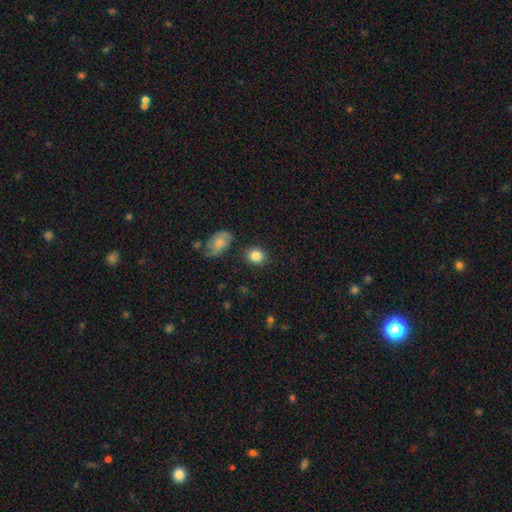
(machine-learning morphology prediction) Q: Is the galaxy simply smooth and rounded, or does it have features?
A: smooth — 84%.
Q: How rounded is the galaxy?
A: round — 72%.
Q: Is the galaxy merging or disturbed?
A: none — 84%.